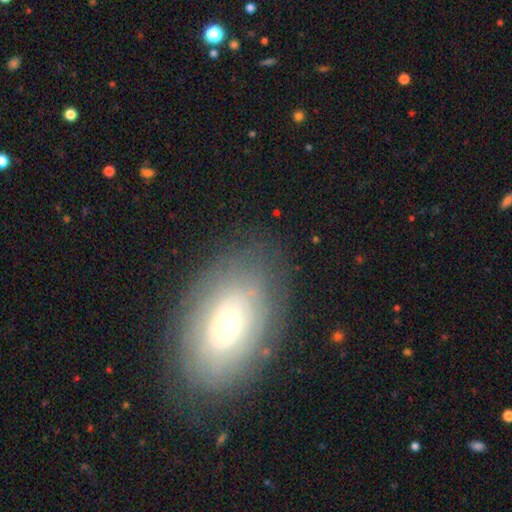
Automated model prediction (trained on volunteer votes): Q: Smooth or featured?
A: smooth (49%); runner-up: featured or disk (38%)
Q: Merging?
A: none (83%); runner-up: minor disturbance (12%)